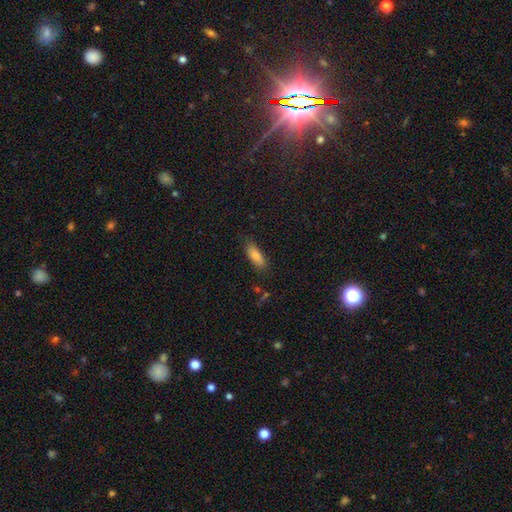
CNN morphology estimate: Smooth or featured? Predicted: smooth (p=0.85). How rounded? Predicted: in between (p=0.72). Merging? Predicted: none (p=0.79).